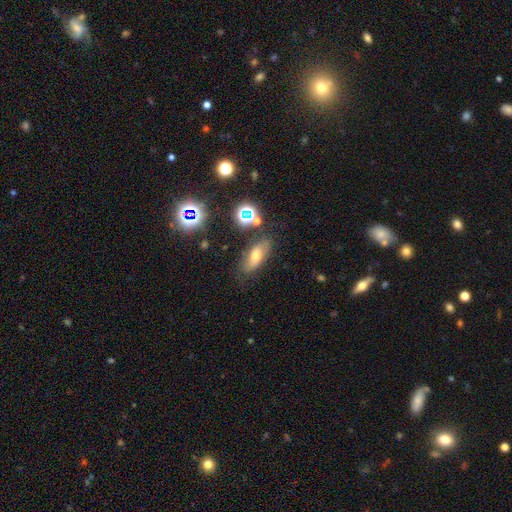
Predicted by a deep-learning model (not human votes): A smooth galaxy with no disk features (52%) that is in between round and cigar-shaped (69%). Merging: none (77%).